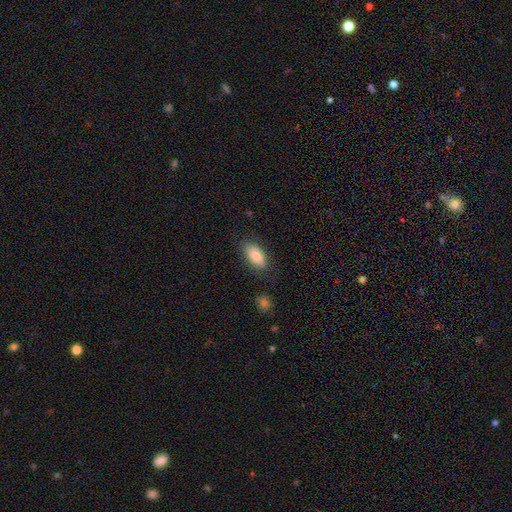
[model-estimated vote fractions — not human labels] smooth-or-featured: smooth: 85% | featured or disk: 9% | star or artifact: 7%
  how-rounded: in between: 91% | cigar-shaped: 6% | round: 3%
  merging: none: 80% | minor disturbance: 14% | major disturbance: 4% | merger: 2%